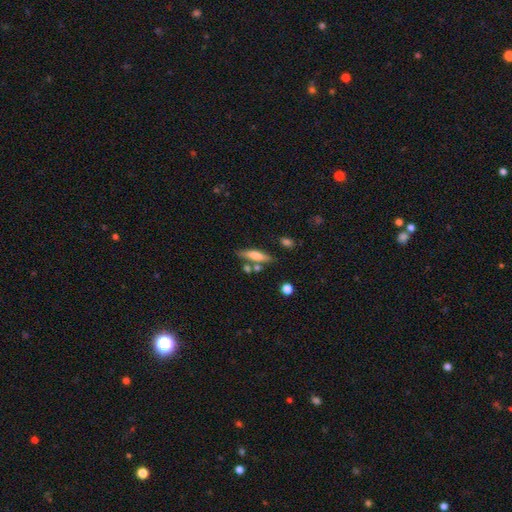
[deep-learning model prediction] The model was most divided on "how rounded": cigar-shaped: 65%, in between: 33%, round: 2%. More confident: merging — none (70%); smooth or featured — smooth (67%).